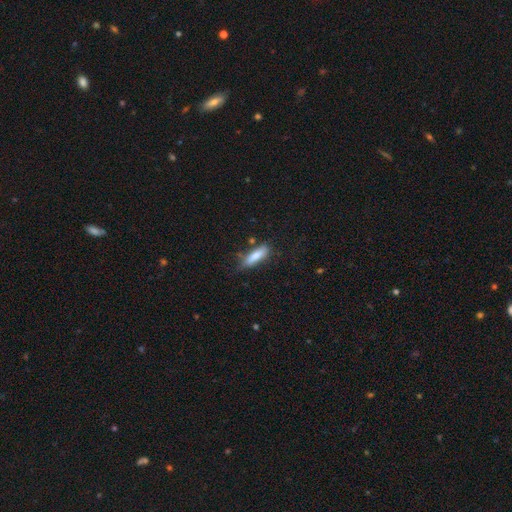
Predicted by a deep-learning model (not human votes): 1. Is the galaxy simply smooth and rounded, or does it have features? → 76% smooth, 17% featured or disk, 7% star or artifact.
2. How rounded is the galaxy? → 60% cigar-shaped, 38% in between, 2% round.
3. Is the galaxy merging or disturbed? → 68% none, 22% minor disturbance, 6% major disturbance, 4% merger.